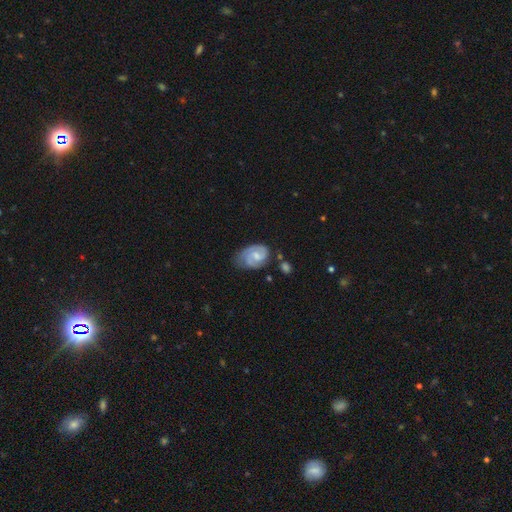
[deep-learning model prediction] Q: Smooth or featured?
A: featured or disk (68%); runner-up: smooth (26%)
Q: Edge-on disk?
A: no (97%); runner-up: yes (3%)
Q: Bar?
A: no (47%); runner-up: weak (46%)
Q: Spiral arms?
A: yes (92%); runner-up: no (8%)
Q: Spiral winding?
A: tight (46%); runner-up: medium (41%)
Q: Spiral arm count?
A: 2 (66%); runner-up: can't tell (15%)
Q: Bulge size?
A: small (40%); runner-up: moderate (37%)
Q: Merging?
A: none (54%); runner-up: minor disturbance (30%)